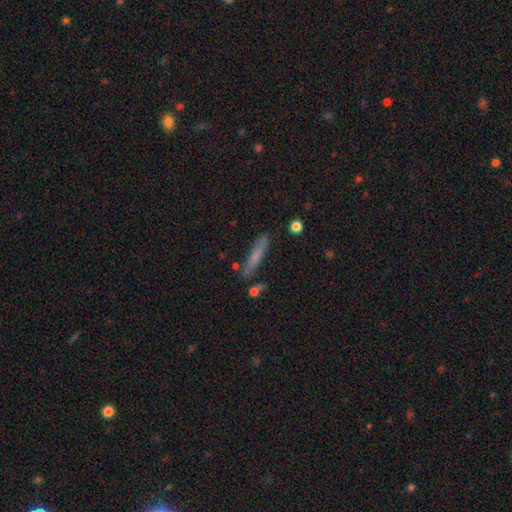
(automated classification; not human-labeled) Morphology: type=smooth (63%); roundness=cigar-shaped (90%); merging=none (80%).